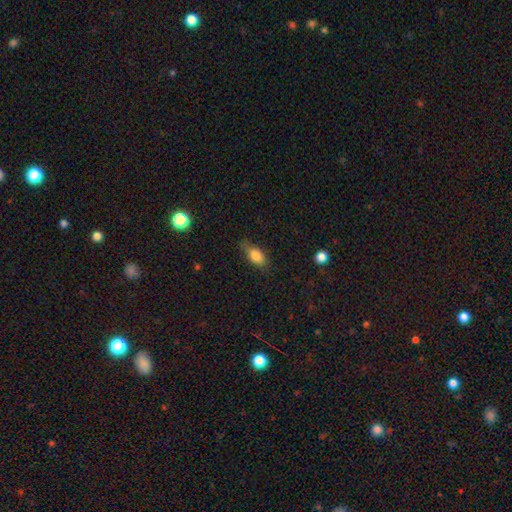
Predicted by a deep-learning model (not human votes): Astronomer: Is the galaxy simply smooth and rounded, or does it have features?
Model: smooth — 80%.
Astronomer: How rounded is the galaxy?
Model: in between — 84%.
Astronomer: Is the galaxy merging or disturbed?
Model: none — 69%.